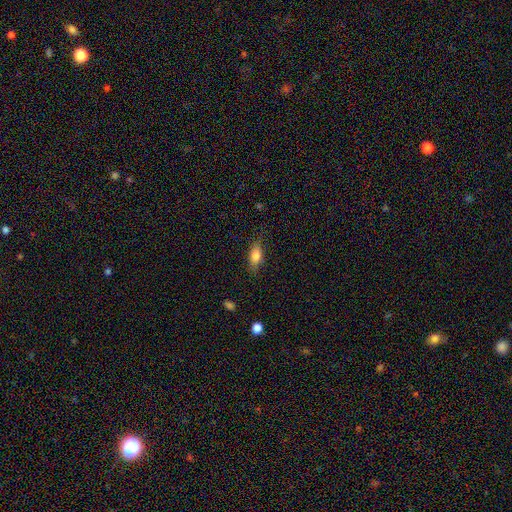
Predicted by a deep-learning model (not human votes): Morphology: type=smooth (79%); roundness=in between (80%); merging=none (78%).